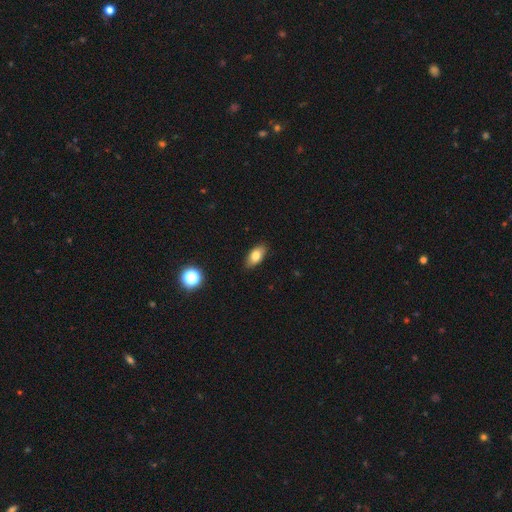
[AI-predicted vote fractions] This appears to be a smooth galaxy with no disk features (80%) that is in between round and cigar-shaped (89%). Merging: none (87%).